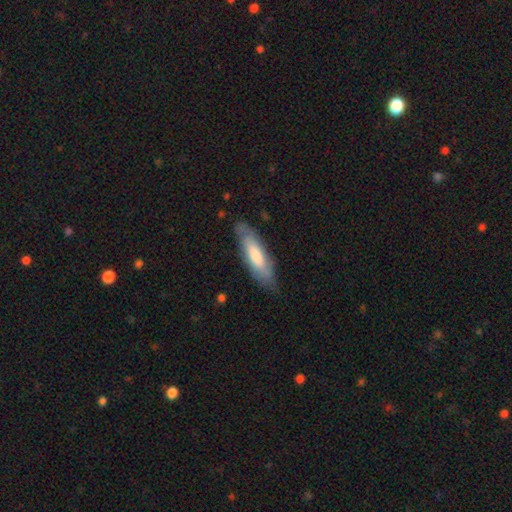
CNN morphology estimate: smooth_or_featured: smooth (p=0.62) [alt: featured or disk p=0.32]
how_rounded: cigar-shaped (p=0.57) [alt: in between p=0.42]
merging: none (p=0.78) [alt: minor disturbance p=0.17]